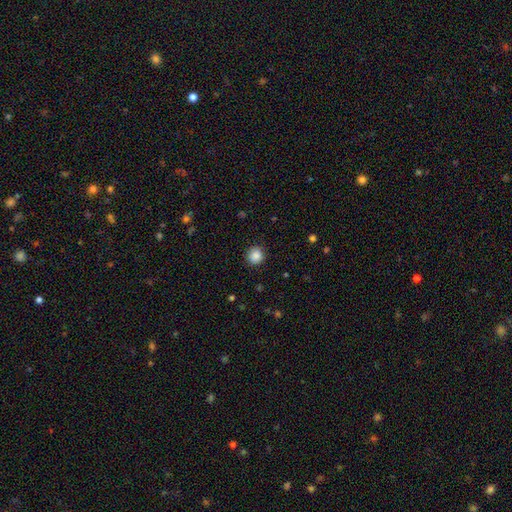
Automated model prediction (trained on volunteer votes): smooth-or-featured: smooth: 87% | star or artifact: 10% | featured or disk: 3%
  how-rounded: round: 91% | in between: 8% | cigar-shaped: 1%
  merging: none: 91% | minor disturbance: 6% | major disturbance: 2% | merger: 1%